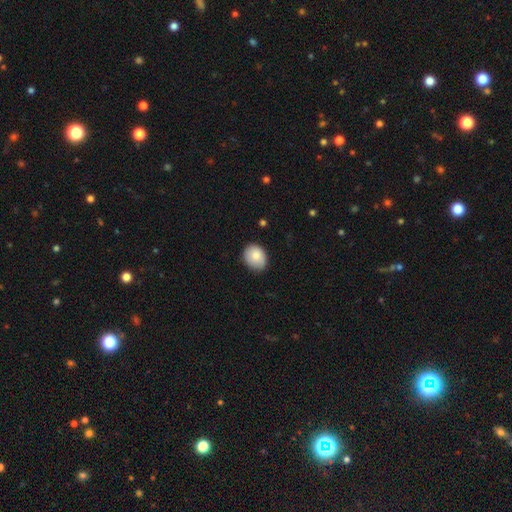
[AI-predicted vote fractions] The model was most divided on "how rounded": round: 54%, in between: 45%, cigar-shaped: 1%. More confident: smooth or featured — smooth (81%); merging — none (76%).